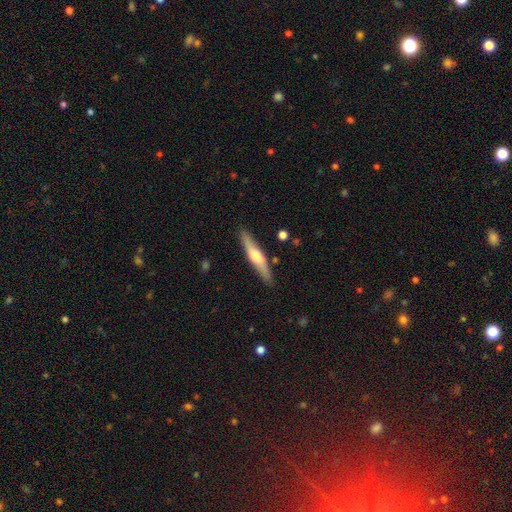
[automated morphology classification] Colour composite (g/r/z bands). It shows a featured or disk galaxy (53%) viewed edge-on (93%). Merging: none (87%).